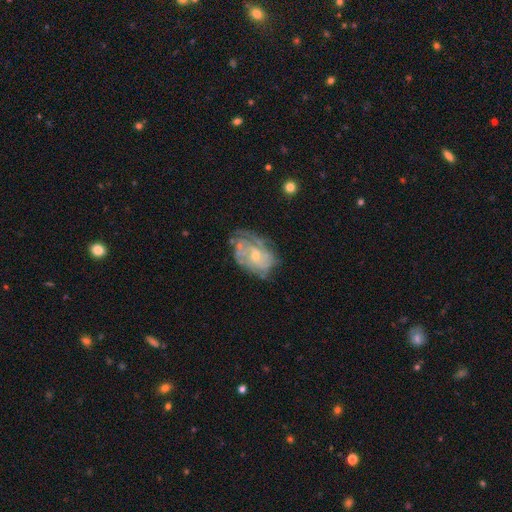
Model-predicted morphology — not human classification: smooth-or-featured: featured or disk: 74% | smooth: 18% | star or artifact: 8%
  disk-edge-on: no: 96% | yes: 4%
    bar: no: 70% | weak: 26% | strong: 4%
    has-spiral-arms: yes: 74% | no: 26%
      spiral-winding: tight: 56% | medium: 31% | loose: 13%
      spiral-arm-count: can't tell: 57% | 2: 16% | 3: 11% | 4: 7% | 1: 4% | more than 4: 4%
    bulge-size: small: 56% | moderate: 39% | none: 3% | large: 2% | dominant: 1%
  merging: none: 59% | minor disturbance: 25% | major disturbance: 13% | merger: 3%